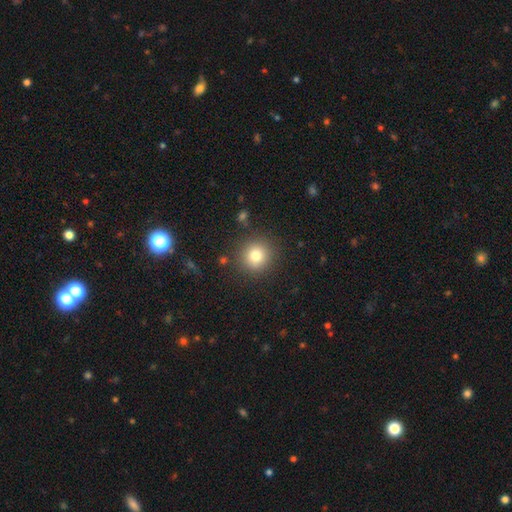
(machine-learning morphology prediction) This appears to be a smooth galaxy with no disk features (79%) that is round (93%). Merging: none (88%).